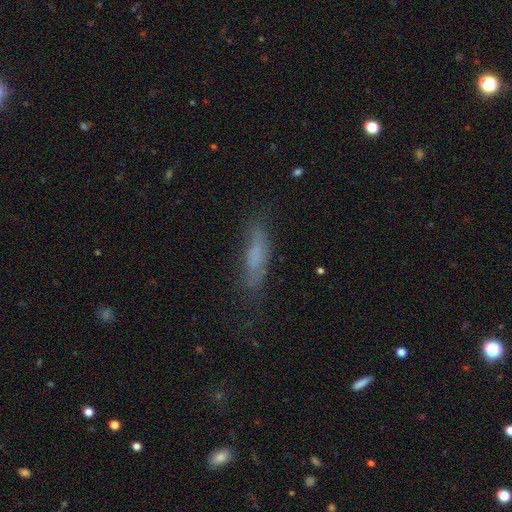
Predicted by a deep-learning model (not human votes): This appears to be a smooth galaxy with no disk features (64%) that is cigar-shaped (65%). Merging: none (61%).